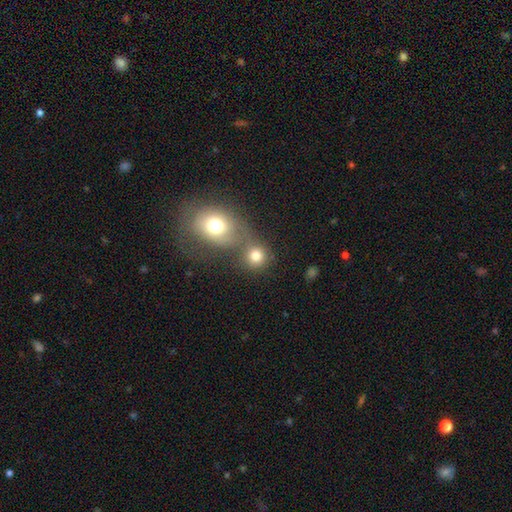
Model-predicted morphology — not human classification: type=smooth (79%); roundness=round (84%); merging=none (46%).